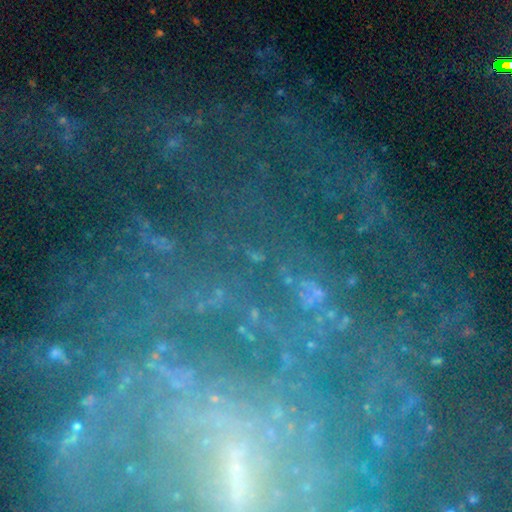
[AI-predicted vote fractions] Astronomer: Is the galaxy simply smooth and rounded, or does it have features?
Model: star or artifact — 54% (runner-up: featured or disk, 33%).